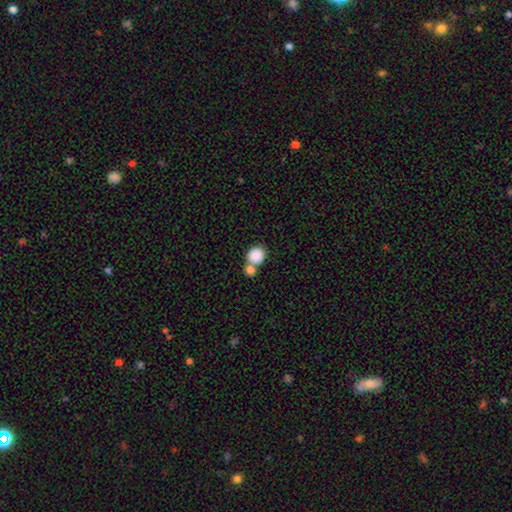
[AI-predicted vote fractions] Morphology: type=smooth (86%); roundness=round (81%); merging=merger (49%).